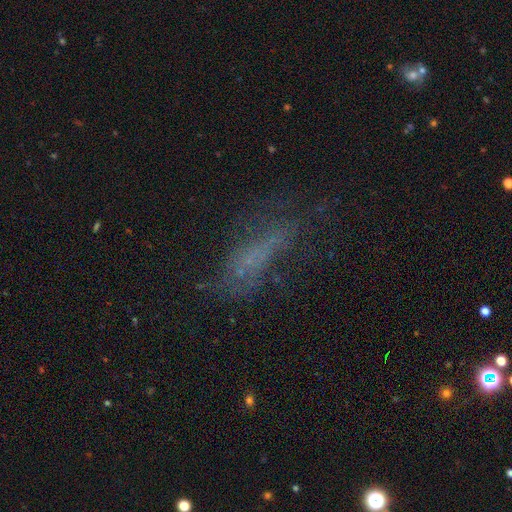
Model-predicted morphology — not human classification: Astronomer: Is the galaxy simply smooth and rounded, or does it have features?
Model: smooth — 43% (runner-up: featured or disk, 35%).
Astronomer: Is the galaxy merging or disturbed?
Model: none — 49% (runner-up: major disturbance, 24%).